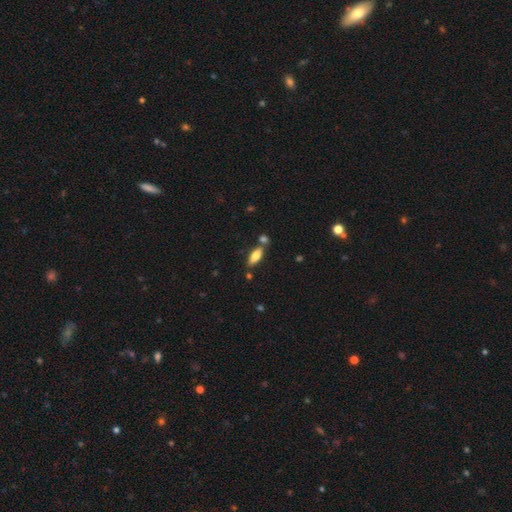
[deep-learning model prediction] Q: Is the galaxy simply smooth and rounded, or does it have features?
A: smooth — 75%.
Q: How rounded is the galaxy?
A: in between — 76%.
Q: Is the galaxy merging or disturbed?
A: none — 69%.